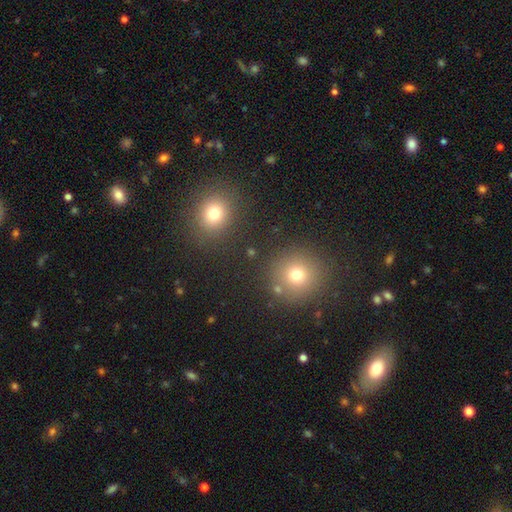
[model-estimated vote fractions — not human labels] The model was most divided on "smooth or featured": smooth: 53%, star or artifact: 38%, featured or disk: 9%. More confident: merging — none (85%); how rounded — round (85%).